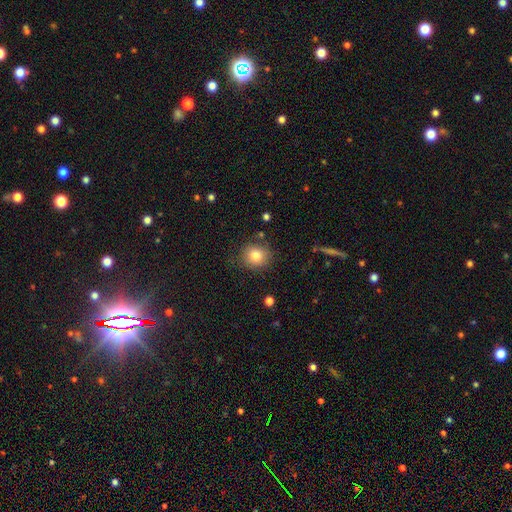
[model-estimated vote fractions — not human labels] smooth-or-featured: smooth: 81% | star or artifact: 11% | featured or disk: 8%
  how-rounded: round: 85% | in between: 14% | cigar-shaped: 1%
  merging: none: 82% | minor disturbance: 12% | major disturbance: 3% | merger: 2%